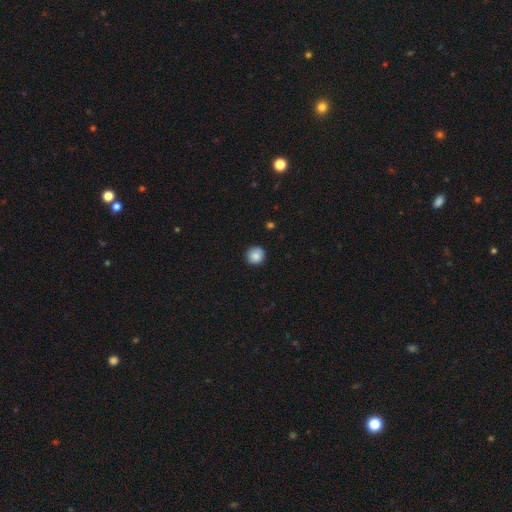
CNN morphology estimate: smooth-or-featured: smooth: 86% | star or artifact: 8% | featured or disk: 6%
  how-rounded: round: 93% | in between: 6% | cigar-shaped: 1%
  merging: none: 89% | minor disturbance: 8% | major disturbance: 2% | merger: 1%